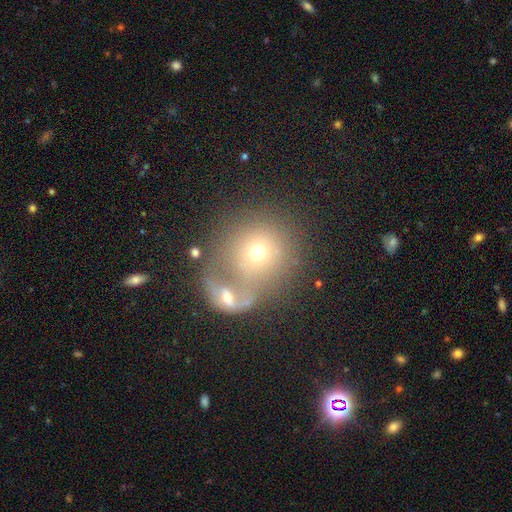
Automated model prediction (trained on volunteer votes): Morphology: type=smooth (59%); roundness=round (85%); merging=merger (50%).